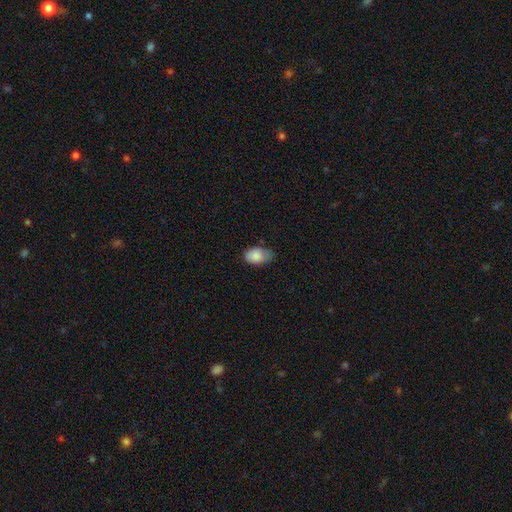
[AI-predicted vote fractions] smooth-or-featured: smooth: 85% | featured or disk: 8% | star or artifact: 7%
  how-rounded: in between: 90% | round: 8% | cigar-shaped: 1%
  merging: none: 54% | minor disturbance: 37% | major disturbance: 8% | merger: 2%